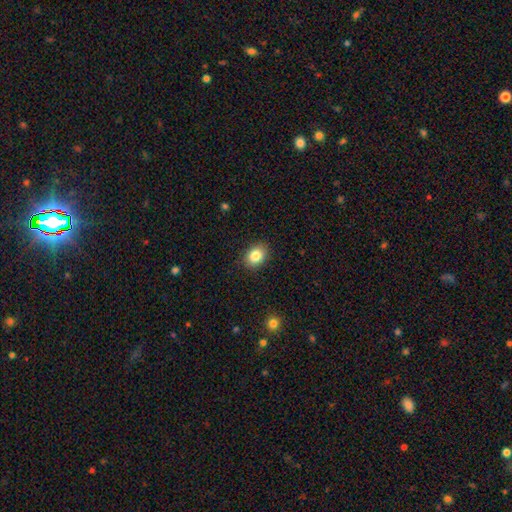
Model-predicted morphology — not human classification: This is clearly a smooth galaxy (84%). How rounded: possibly in between (58%). Merging: clearly none (88%).